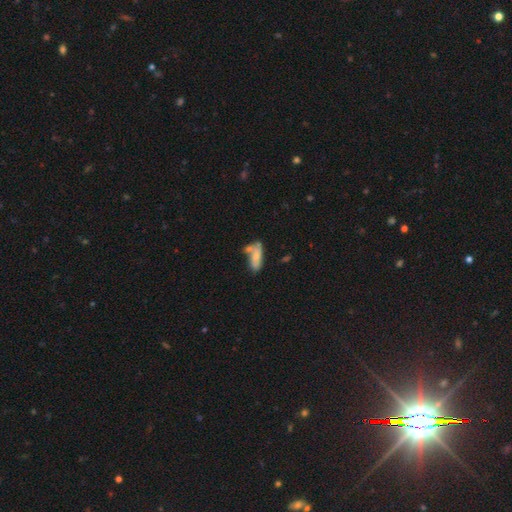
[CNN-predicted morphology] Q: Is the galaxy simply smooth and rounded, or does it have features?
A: smooth — 65%.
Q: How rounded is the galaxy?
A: in between — 68%.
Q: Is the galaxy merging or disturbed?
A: none — 37%.